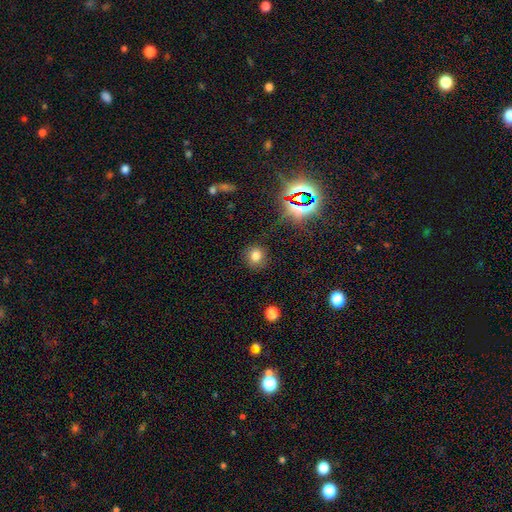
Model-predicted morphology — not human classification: Smooth or featured?
  - smooth: 76% *
  - star or artifact: 18%
  - featured or disk: 6%
How rounded?
  - round: 82% *
  - in between: 17%
  - cigar-shaped: 1%
Merging?
  - none: 85% *
  - minor disturbance: 10%
  - major disturbance: 4%
  - merger: 2%